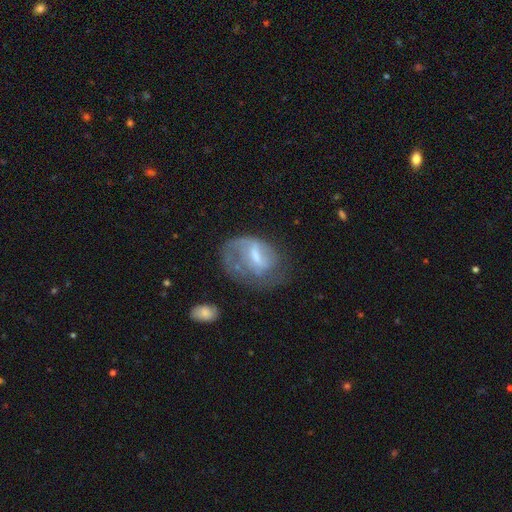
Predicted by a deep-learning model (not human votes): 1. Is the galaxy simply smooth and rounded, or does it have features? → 64% featured or disk, 27% smooth, 9% star or artifact.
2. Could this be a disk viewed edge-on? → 96% no, 4% yes.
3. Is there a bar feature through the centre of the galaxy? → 53% weak, 25% strong, 22% no.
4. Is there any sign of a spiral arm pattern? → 67% yes, 33% no.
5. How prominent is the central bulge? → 39% small, 37% moderate, 18% none, 5% large, 1% dominant.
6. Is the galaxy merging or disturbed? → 41% none, 31% major disturbance, 25% minor disturbance, 3% merger.